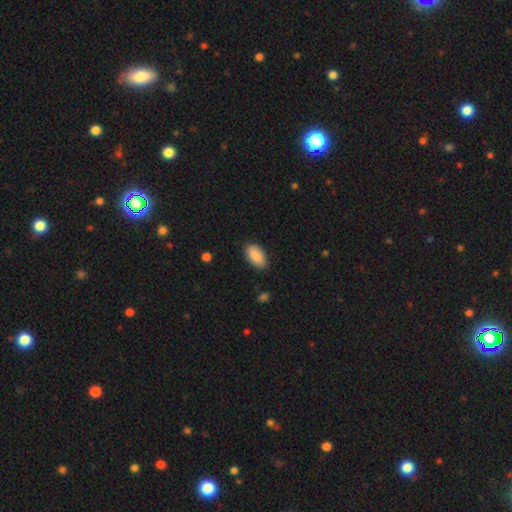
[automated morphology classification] A smooth galaxy with no disk features (88%) that is in between round and cigar-shaped (94%).

Vote fractions:
- Smooth or featured? smooth: 88% / star or artifact: 6% / featured or disk: 6%
- How rounded? in between: 94% / cigar-shaped: 3% / round: 3%
- Merging? none: 86% / minor disturbance: 10% / major disturbance: 2% / merger: 1%